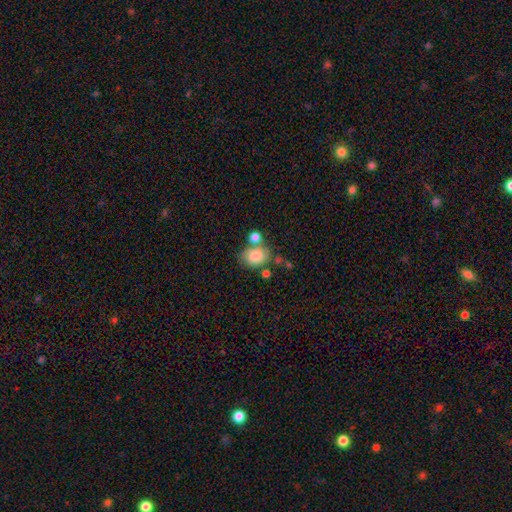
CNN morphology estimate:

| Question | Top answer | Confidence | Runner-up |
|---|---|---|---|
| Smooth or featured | smooth | 76% | featured or disk (15%) |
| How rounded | in between | 60% | round (39%) |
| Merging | none | 50% | merger (24%) |